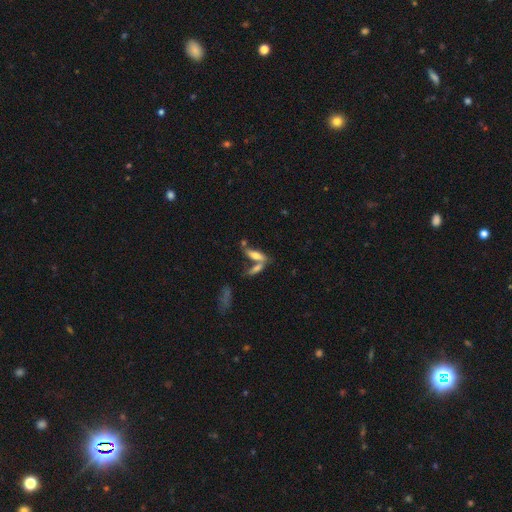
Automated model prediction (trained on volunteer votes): A smooth galaxy with no disk features (59%) that is cigar-shaped (51%).

Vote fractions:
- Smooth or featured? smooth: 59% / featured or disk: 31% / star or artifact: 10%
- How rounded? cigar-shaped: 51% / in between: 46% / round: 3%
- Merging? none: 44% / merger: 39% / minor disturbance: 11% / major disturbance: 6%